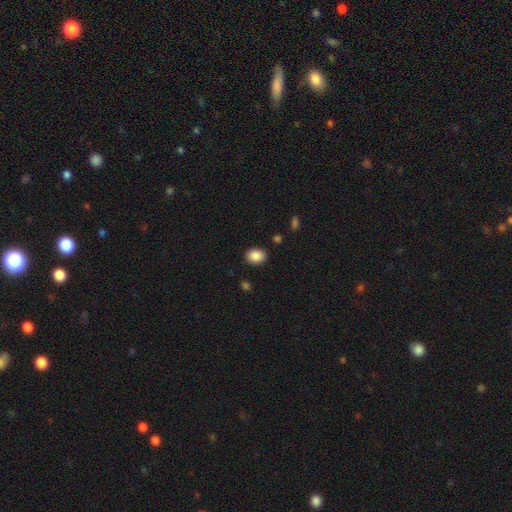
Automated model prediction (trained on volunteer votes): smooth_or_featured: smooth (p=0.88) [alt: star or artifact p=0.08]
how_rounded: in between (p=0.60) [alt: round p=0.39]
merging: none (p=0.88) [alt: minor disturbance p=0.08]